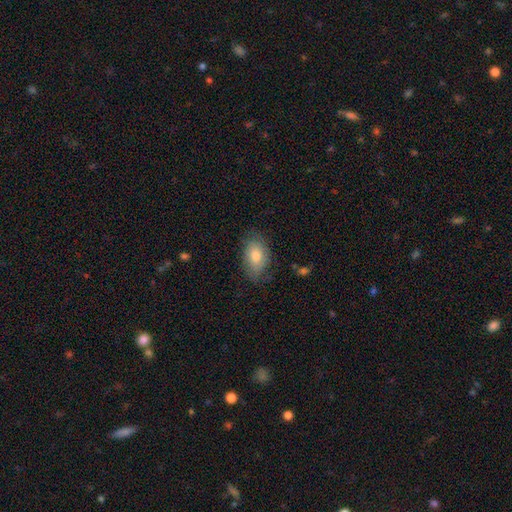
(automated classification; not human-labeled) Smooth or featured? smooth (74%)
How rounded? in between (89%)
Merging? none (72%)